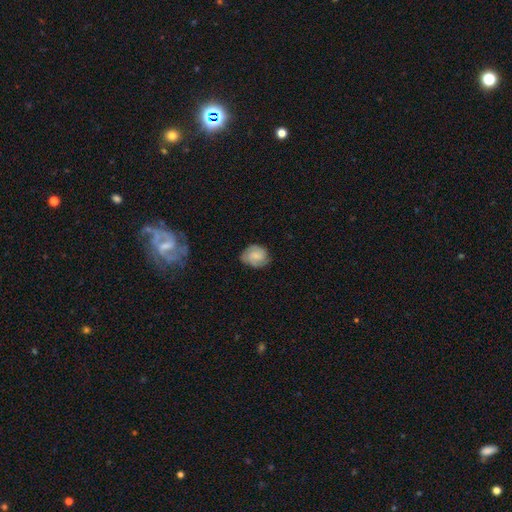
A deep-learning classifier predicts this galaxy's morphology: Smooth or featured? smooth (55%)
How rounded? round (53%)
Merging? none (66%)